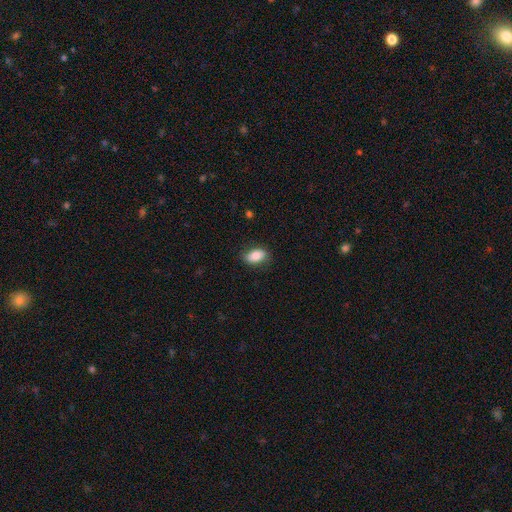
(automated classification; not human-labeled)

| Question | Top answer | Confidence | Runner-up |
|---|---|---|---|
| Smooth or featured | smooth | 82% | featured or disk (11%) |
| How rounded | in between | 90% | round (8%) |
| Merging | none | 79% | minor disturbance (16%) |